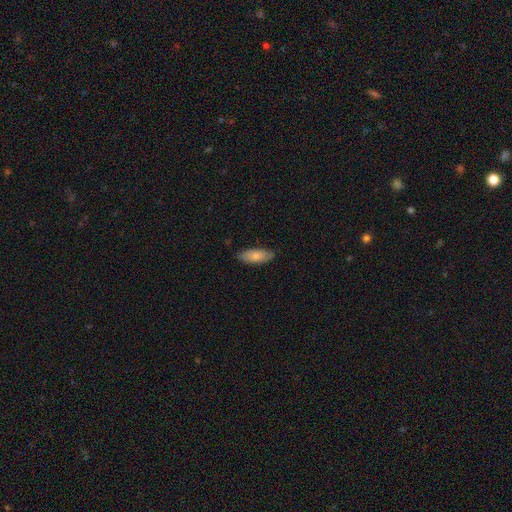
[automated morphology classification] Overall: smooth (78%). How rounded: in between (79%). Merging: none (81%).